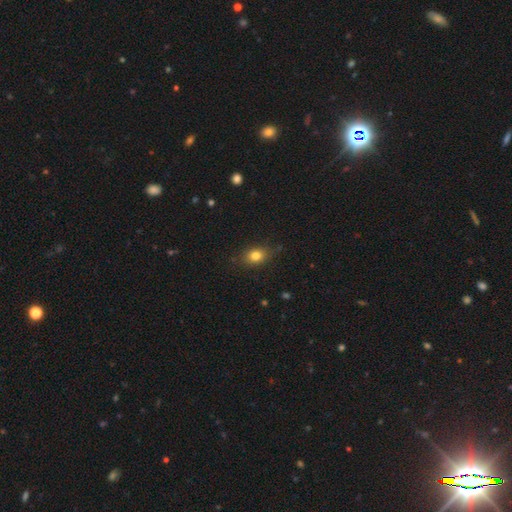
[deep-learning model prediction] Q: Smooth or featured?
A: smooth (80%); runner-up: star or artifact (11%)
Q: How rounded?
A: in between (66%); runner-up: round (32%)
Q: Merging?
A: none (78%); runner-up: minor disturbance (17%)